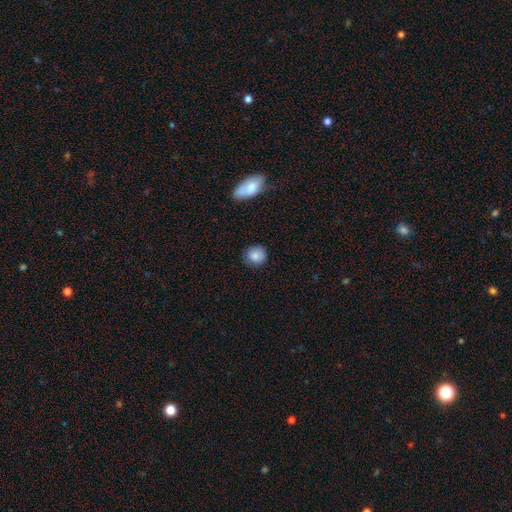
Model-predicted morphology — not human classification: Overall: smooth (84%). How rounded: round (85%). Merging: none (78%).